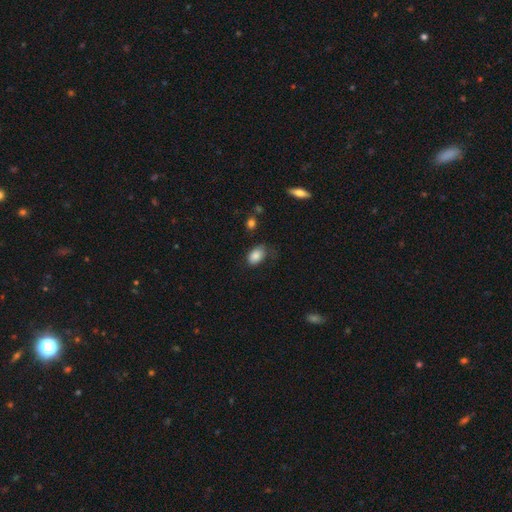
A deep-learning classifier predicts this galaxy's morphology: This is clearly a smooth galaxy (85%). How rounded: clearly in between (87%). Merging: possibly none (56%).